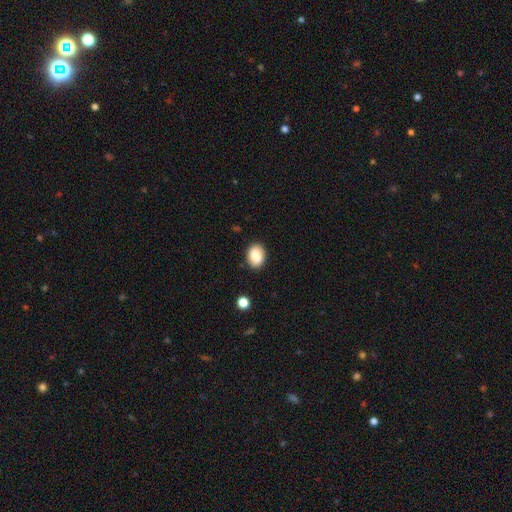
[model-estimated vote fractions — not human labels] Smooth or featured?
  - smooth: 86% *
  - star or artifact: 8%
  - featured or disk: 6%
How rounded?
  - in between: 72% *
  - round: 27%
  - cigar-shaped: 1%
Merging?
  - none: 86% *
  - minor disturbance: 10%
  - major disturbance: 2%
  - merger: 1%